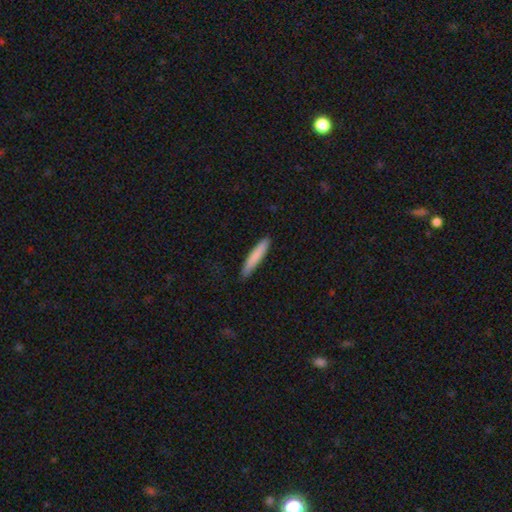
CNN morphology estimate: A smooth galaxy with no disk features (83%) that is cigar-shaped (93%).

Vote fractions:
- Smooth or featured? smooth: 83% / featured or disk: 12% / star or artifact: 6%
- How rounded? cigar-shaped: 93% / in between: 6% / round: 1%
- Merging? none: 88% / minor disturbance: 10% / major disturbance: 2% / merger: 1%